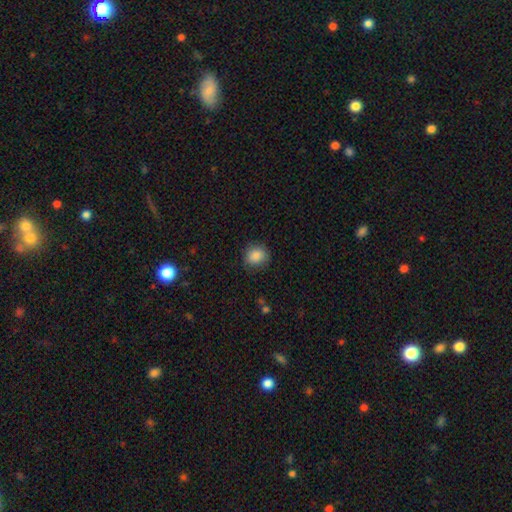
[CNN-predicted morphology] This is clearly a smooth galaxy (87%). How rounded: likely round (80%). Merging: clearly none (84%).